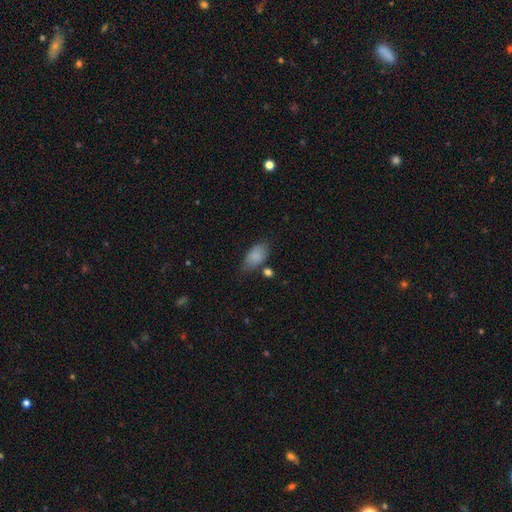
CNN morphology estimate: Smooth or featured? smooth (85%)
How rounded? in between (91%)
Merging? none (61%)